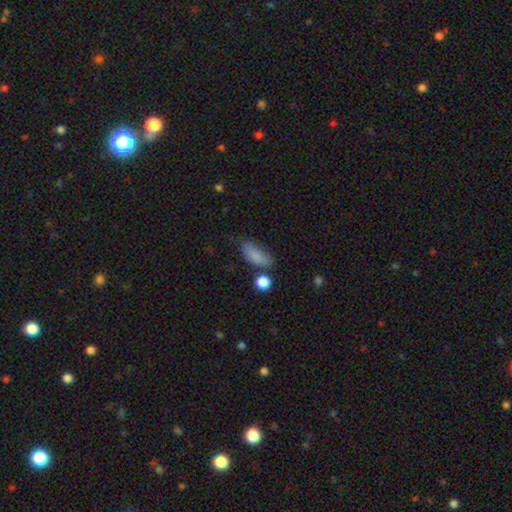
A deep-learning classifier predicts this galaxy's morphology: Q: Smooth or featured?
A: smooth (82%); runner-up: featured or disk (10%)
Q: How rounded?
A: in between (82%); runner-up: cigar-shaped (12%)
Q: Merging?
A: none (54%); runner-up: minor disturbance (29%)